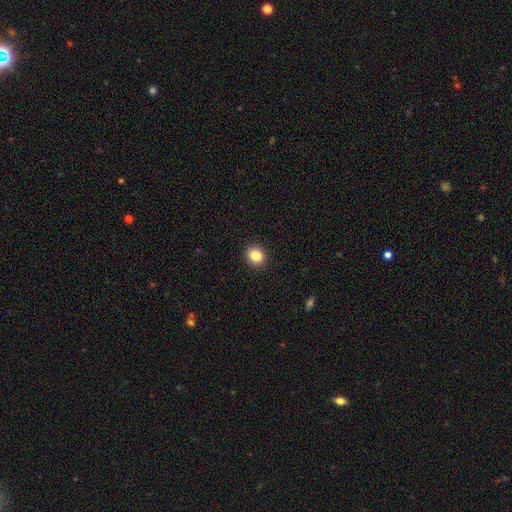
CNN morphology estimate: Smooth or featured?
  - smooth: 84% *
  - star or artifact: 10%
  - featured or disk: 5%
How rounded?
  - round: 78% *
  - in between: 21%
  - cigar-shaped: 1%
Merging?
  - none: 92% *
  - minor disturbance: 5%
  - major disturbance: 2%
  - merger: 1%